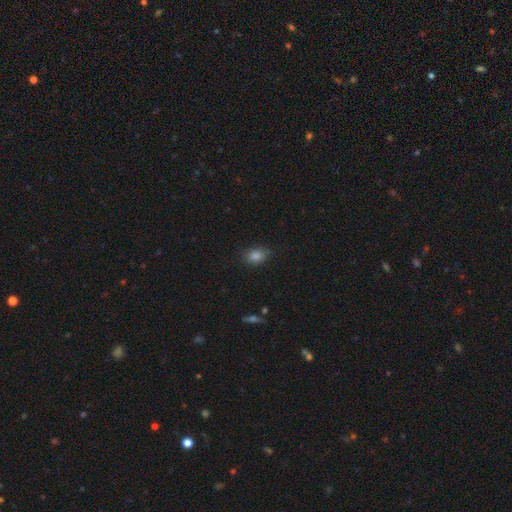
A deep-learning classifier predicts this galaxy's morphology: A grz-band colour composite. It shows a smooth galaxy with no disk features (83%) that is in between round and cigar-shaped (69%). Merging: none (82%).